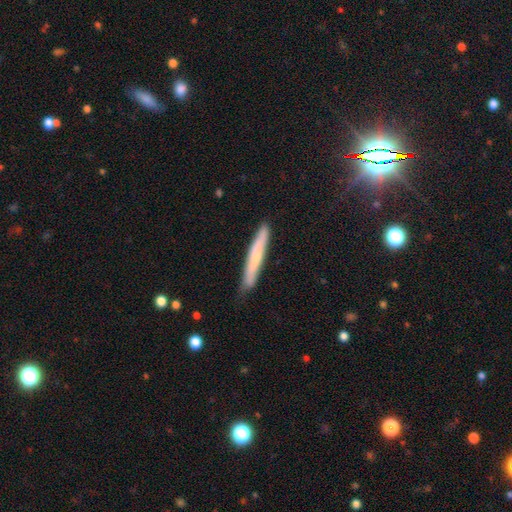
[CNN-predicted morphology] smooth_or_featured: smooth (p=0.63) [alt: featured or disk p=0.31]
how_rounded: cigar-shaped (p=0.95) [alt: in between p=0.04]
merging: none (p=0.82) [alt: minor disturbance p=0.15]